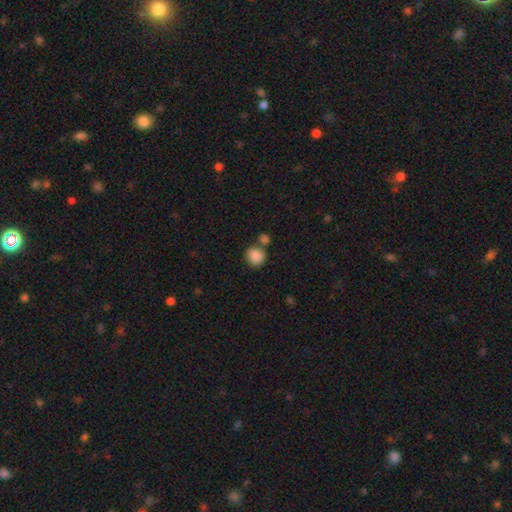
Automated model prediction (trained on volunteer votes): Smooth or featured? smooth (87%)
How rounded? round (84%)
Merging? none (65%)